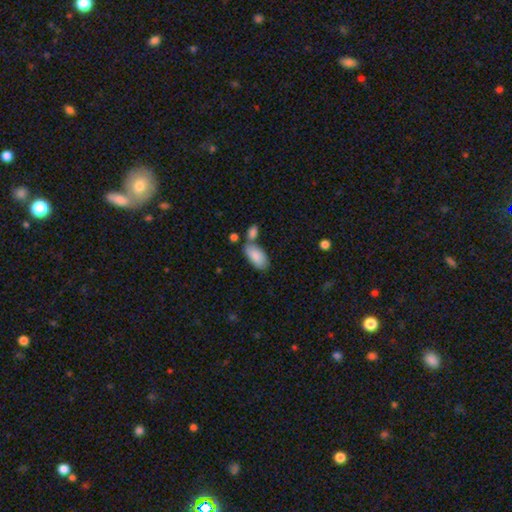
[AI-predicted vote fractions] Morphology: type=smooth (85%); roundness=in between (94%); merging=none (48%).